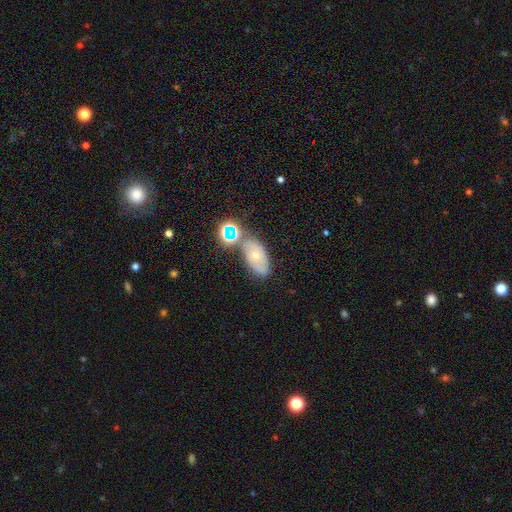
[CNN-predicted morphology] The model was most divided on "smooth or featured": smooth: 42%, featured or disk: 39%, star or artifact: 19%. More confident: merging — none (52%).